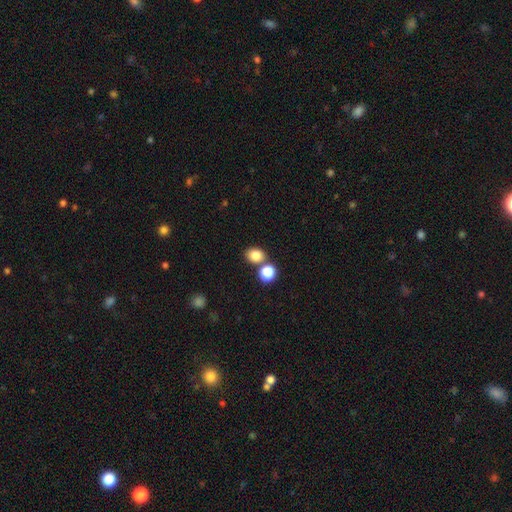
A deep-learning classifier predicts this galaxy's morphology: A smooth galaxy with no disk features (82%) that is round (51%). Merging: none (65%).